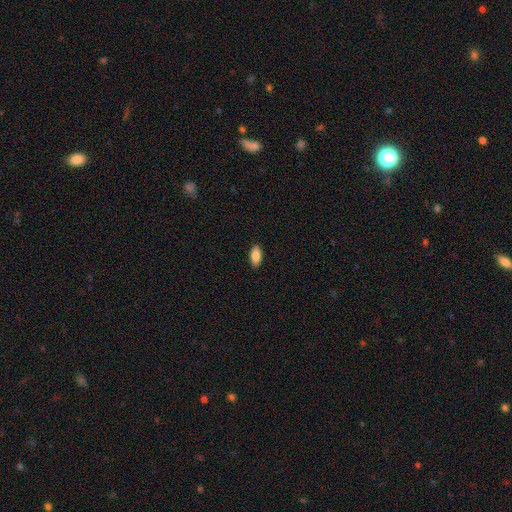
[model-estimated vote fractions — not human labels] Smooth or featured? smooth (84%)
How rounded? in between (89%)
Merging? none (90%)